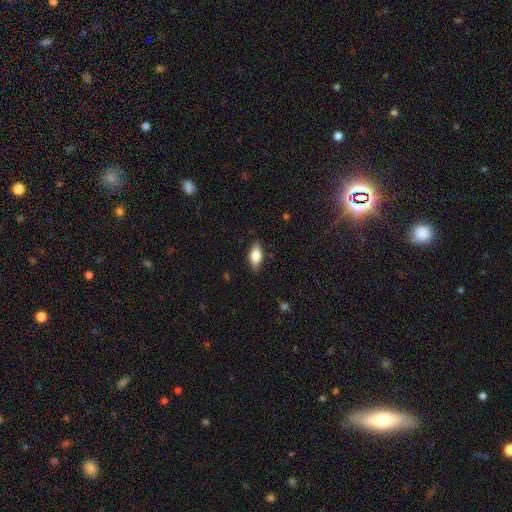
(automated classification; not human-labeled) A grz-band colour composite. It shows a smooth galaxy with no disk features (71%) that is in between round and cigar-shaped (84%). Merging: none (85%).